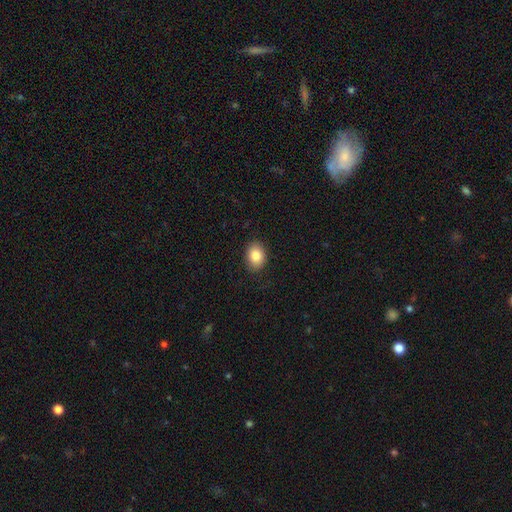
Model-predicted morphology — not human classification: Smooth or featured: smooth — 84% (star or artifact — 8%)
How rounded: in between — 71% (round — 28%)
Merging: none — 88% (minor disturbance — 9%)